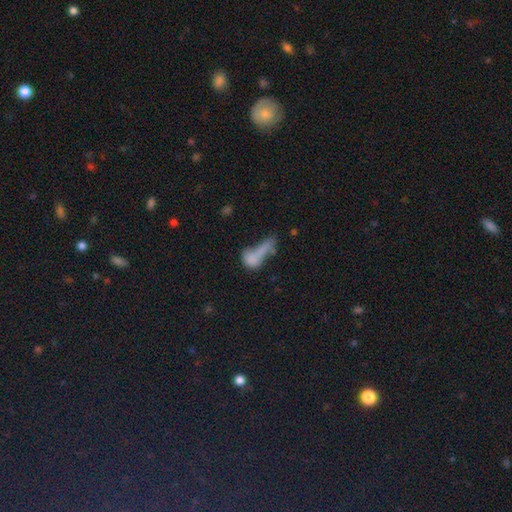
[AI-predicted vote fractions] Smooth or featured? smooth (64%)
How rounded? in between (58%)
Merging? merger (41%)